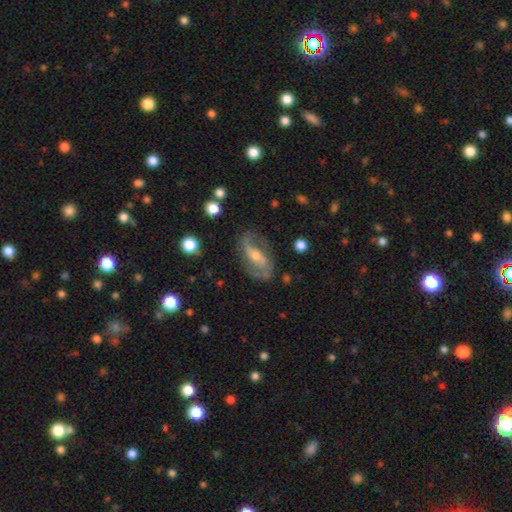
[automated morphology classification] smooth_or_featured: featured or disk (p=0.82) [alt: smooth p=0.11]
disk_edge_on: no (p=0.94) [alt: yes p=0.06]
bar: weak (p=0.38) [alt: strong p=0.35]
has_spiral_arms: yes (p=0.90) [alt: no p=0.10]
spiral_winding: medium (p=0.45) [alt: loose p=0.32]
spiral_arm_count: 2 (p=0.87) [alt: can't tell p=0.06]
bulge_size: moderate (p=0.54) [alt: small p=0.40]
merging: none (p=0.76) [alt: minor disturbance p=0.15]